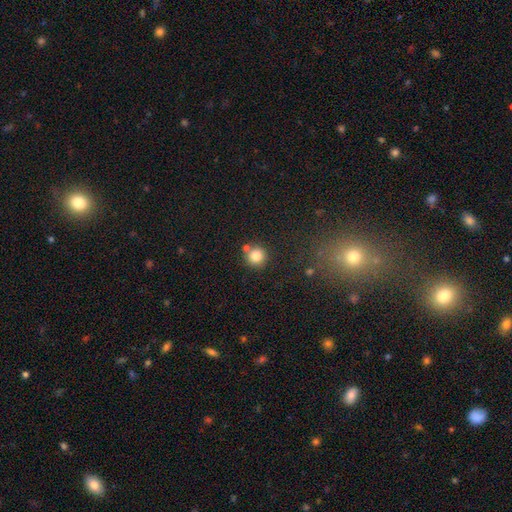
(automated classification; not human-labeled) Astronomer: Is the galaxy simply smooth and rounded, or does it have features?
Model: smooth — 81%.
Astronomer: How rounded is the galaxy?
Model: round — 94%.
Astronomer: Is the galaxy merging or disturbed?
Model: none — 74%.